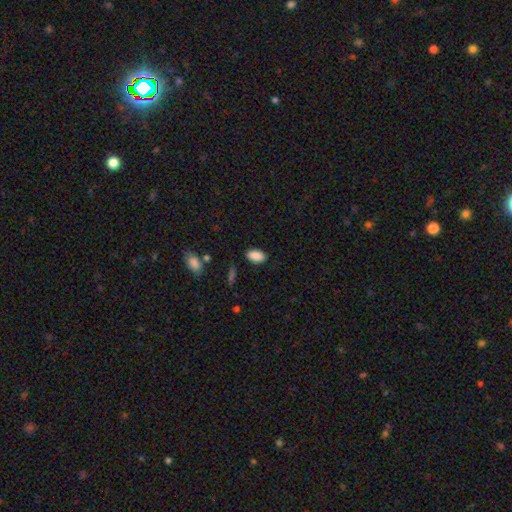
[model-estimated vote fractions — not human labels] Smooth or featured?
  - smooth: 88% *
  - star or artifact: 7%
  - featured or disk: 4%
How rounded?
  - in between: 93% *
  - round: 5%
  - cigar-shaped: 2%
Merging?
  - none: 86% *
  - minor disturbance: 10%
  - major disturbance: 3%
  - merger: 2%